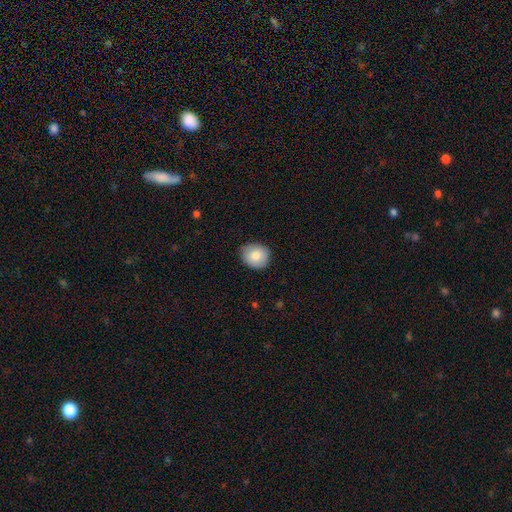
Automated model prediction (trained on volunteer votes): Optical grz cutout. It shows a smooth galaxy with no disk features (82%) that is round (80%). Merging: none (83%).